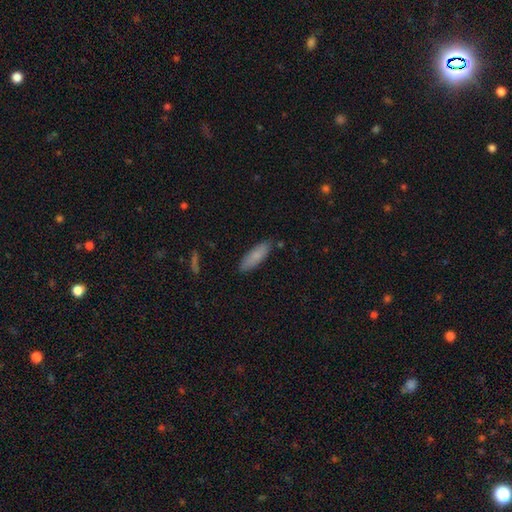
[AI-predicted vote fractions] Morphology: type=smooth (83%); roundness=cigar-shaped (54%); merging=none (85%).